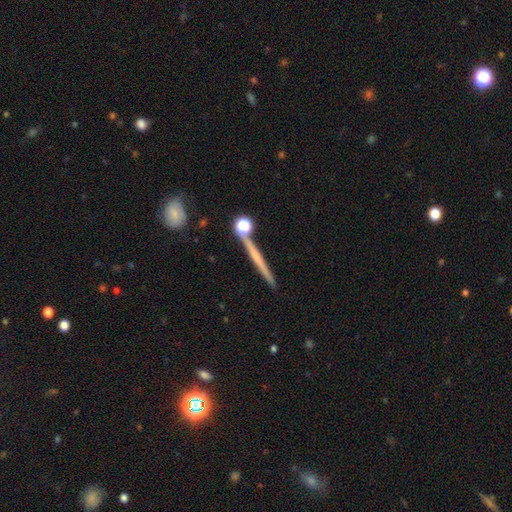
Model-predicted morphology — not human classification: A featured or disk galaxy (57%) viewed edge-on (97%) with no central bulge (68%). Merging: none (83%).